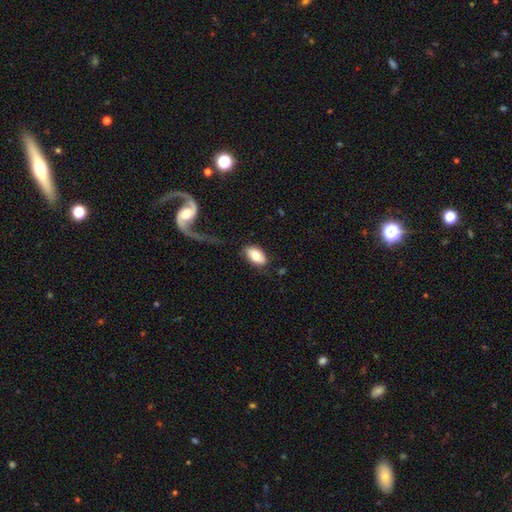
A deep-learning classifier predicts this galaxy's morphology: smooth_or_featured: smooth (p=0.73) [alt: featured or disk p=0.21]
how_rounded: in between (p=0.93) [alt: round p=0.05]
merging: none (p=0.76) [alt: minor disturbance p=0.14]